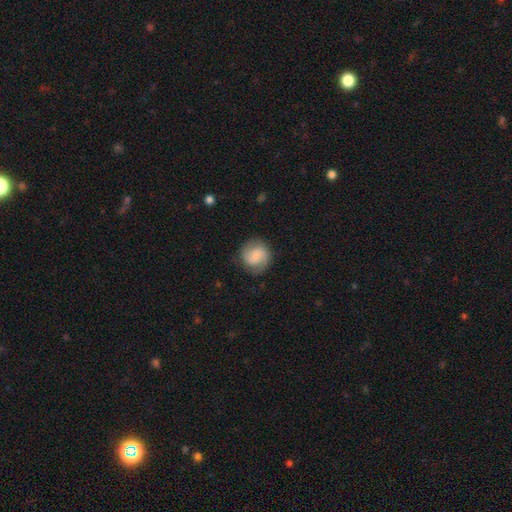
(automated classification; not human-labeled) Q: Smooth or featured?
A: featured or disk (49%); runner-up: smooth (43%)
Q: Merging?
A: none (80%); runner-up: minor disturbance (14%)